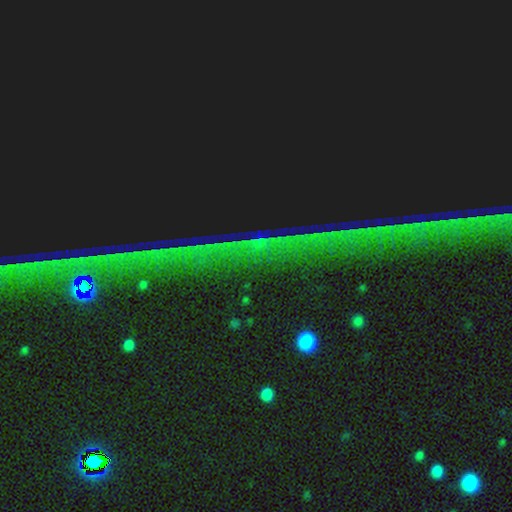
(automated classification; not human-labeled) The model was most divided on "smooth or featured": star or artifact: 80%, featured or disk: 10%, smooth: 10%.